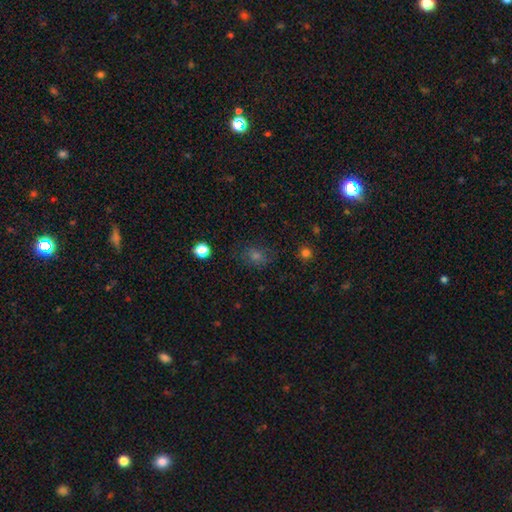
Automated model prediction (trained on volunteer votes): Smooth or featured?
  - smooth: 55% *
  - star or artifact: 31%
  - featured or disk: 14%
How rounded?
  - round: 51% *
  - in between: 47%
  - cigar-shaped: 2%
Merging?
  - none: 76% *
  - minor disturbance: 16%
  - major disturbance: 6%
  - merger: 2%